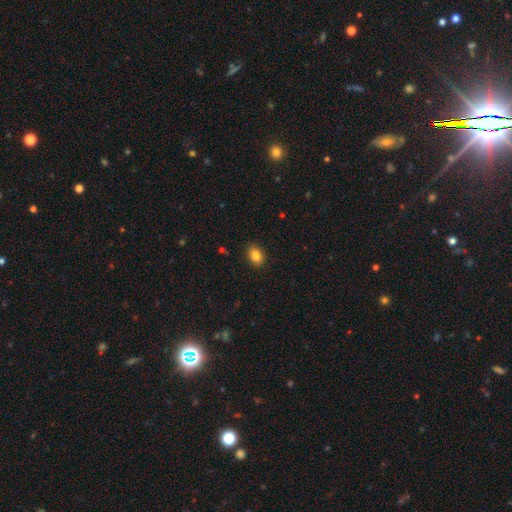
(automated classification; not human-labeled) Smooth or featured?
  - smooth: 85% *
  - star or artifact: 9%
  - featured or disk: 6%
How rounded?
  - in between: 80% *
  - round: 18%
  - cigar-shaped: 1%
Merging?
  - none: 89% *
  - minor disturbance: 8%
  - major disturbance: 2%
  - merger: 1%